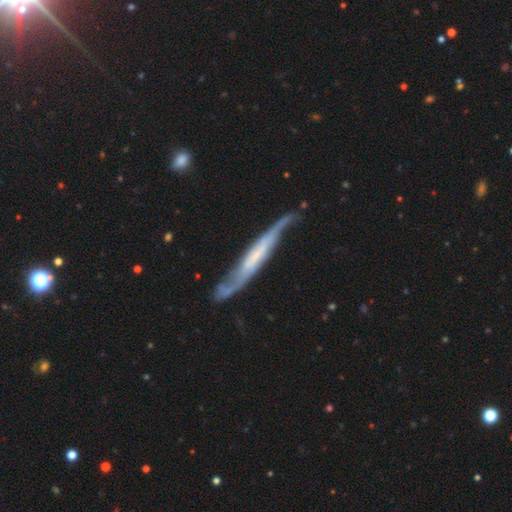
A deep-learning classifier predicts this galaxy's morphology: Smooth or featured? Predicted: featured or disk (p=0.78). Edge-on disk? Predicted: yes (p=0.58). Merging? Predicted: none (p=0.60).